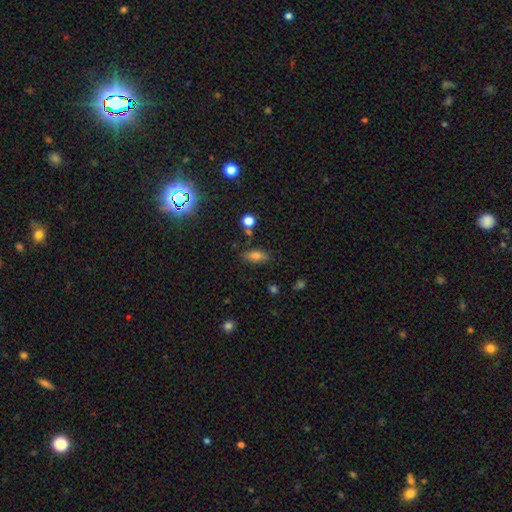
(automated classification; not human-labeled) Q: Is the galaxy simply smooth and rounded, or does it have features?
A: smooth — 75%.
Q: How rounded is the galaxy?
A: in between — 81%.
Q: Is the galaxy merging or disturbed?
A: none — 76%.